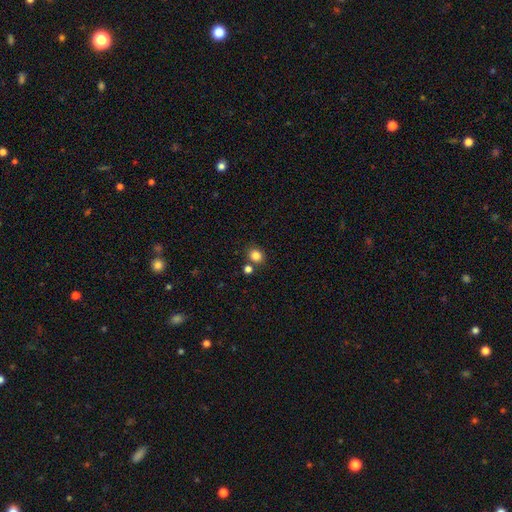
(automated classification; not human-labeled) Smooth or featured: smooth — 83% (star or artifact — 12%)
How rounded: round — 73% (in between — 26%)
Merging: none — 76% (merger — 12%)